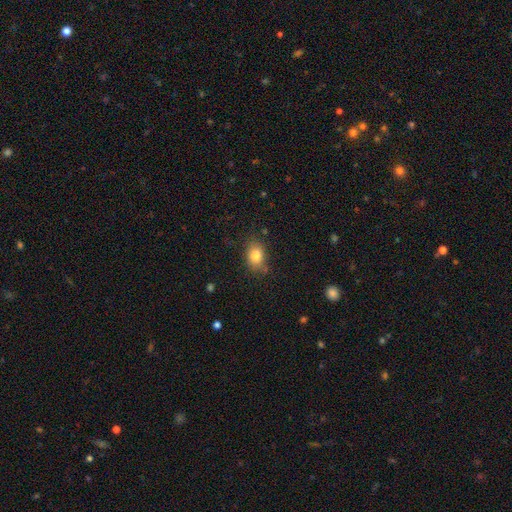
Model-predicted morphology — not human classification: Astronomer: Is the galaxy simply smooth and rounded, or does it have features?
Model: smooth — 81%.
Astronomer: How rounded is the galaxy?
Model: in between — 71%.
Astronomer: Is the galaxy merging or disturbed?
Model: none — 76%.